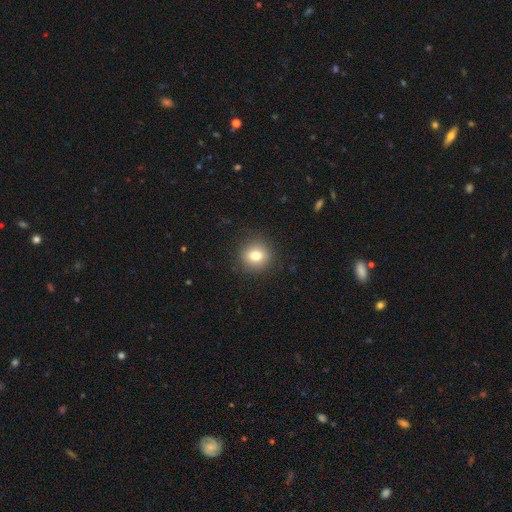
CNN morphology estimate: Smooth or featured: smooth — 78% (star or artifact — 12%)
How rounded: round — 87% (in between — 12%)
Merging: none — 90% (minor disturbance — 7%)